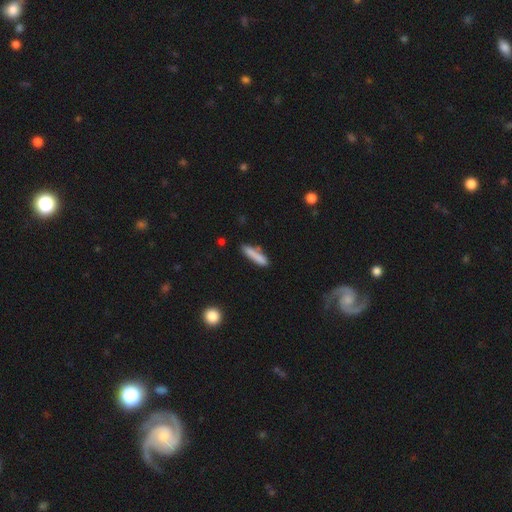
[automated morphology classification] smooth_or_featured: smooth (p=0.82) [alt: featured or disk p=0.11]
how_rounded: cigar-shaped (p=0.86) [alt: in between p=0.12]
merging: none (p=0.77) [alt: minor disturbance p=0.15]